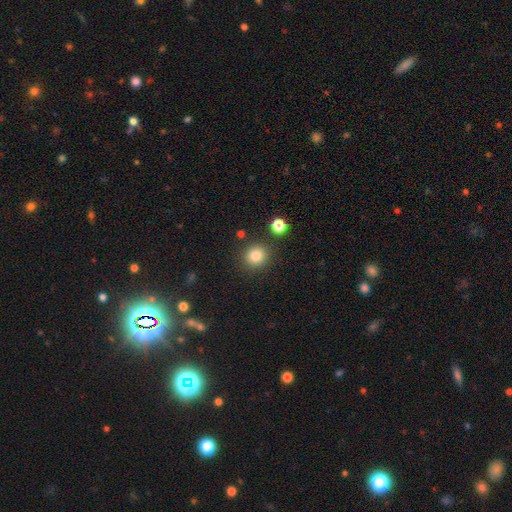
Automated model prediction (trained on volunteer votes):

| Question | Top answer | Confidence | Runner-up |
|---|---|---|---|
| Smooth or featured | smooth | 82% | star or artifact (12%) |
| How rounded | round | 88% | in between (11%) |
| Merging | none | 86% | minor disturbance (8%) |